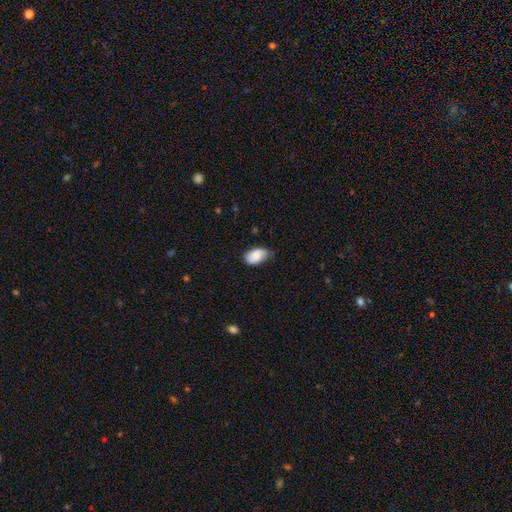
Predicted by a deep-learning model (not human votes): Smooth or featured? smooth (80%)
How rounded? in between (92%)
Merging? none (51%)